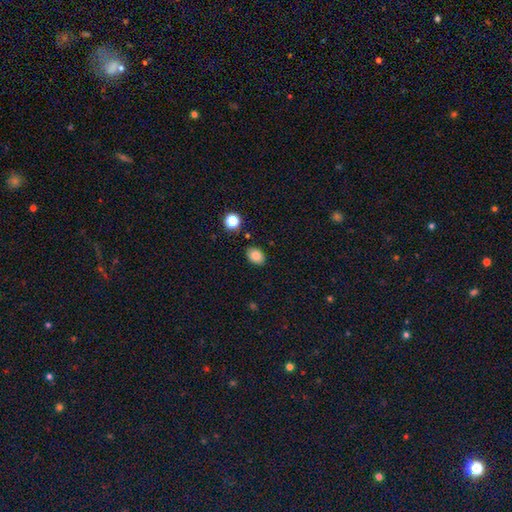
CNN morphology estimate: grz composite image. It shows a smooth galaxy with no disk features (83%) that is in between round and cigar-shaped (75%). Merging: none (86%).